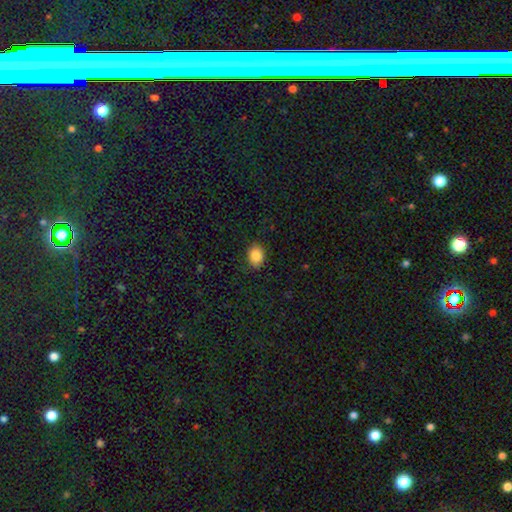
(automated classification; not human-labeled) A smooth galaxy with no disk features (86%) that is in between round and cigar-shaped (62%).

Vote fractions:
- Smooth or featured? smooth: 86% / star or artifact: 9% / featured or disk: 5%
- How rounded? in between: 62% / round: 37% / cigar-shaped: 1%
- Merging? none: 88% / minor disturbance: 9% / major disturbance: 2% / merger: 1%